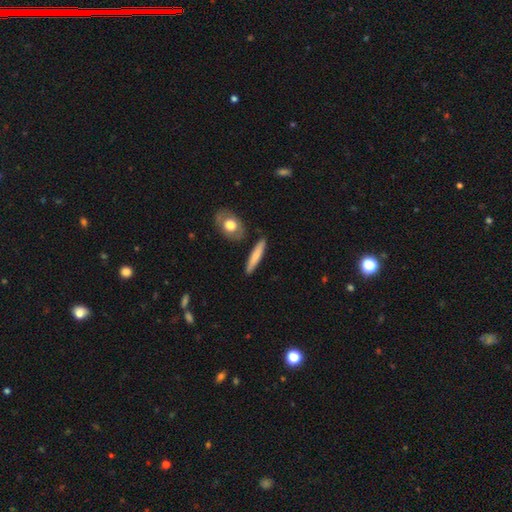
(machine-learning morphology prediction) smooth-or-featured: smooth: 71% | featured or disk: 24% | star or artifact: 5%
  how-rounded: cigar-shaped: 88% | in between: 10% | round: 2%
  merging: none: 86% | minor disturbance: 9% | merger: 3% | major disturbance: 2%